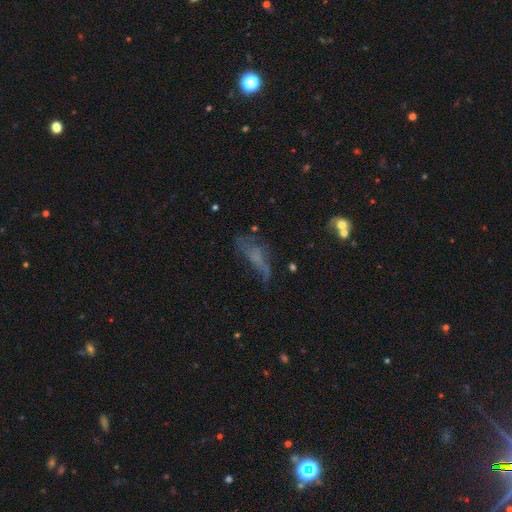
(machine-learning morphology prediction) A smooth galaxy with no disk features (41%, tied with featured or disk). Merging: major disturbance (37%).